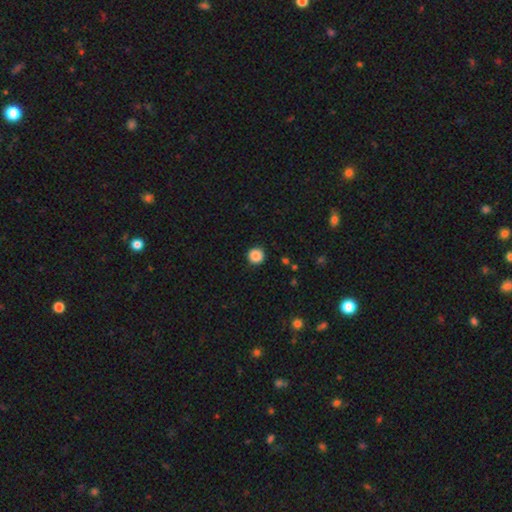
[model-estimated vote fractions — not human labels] This is clearly a smooth galaxy (88%). How rounded: clearly round (95%). Merging: clearly none (91%).